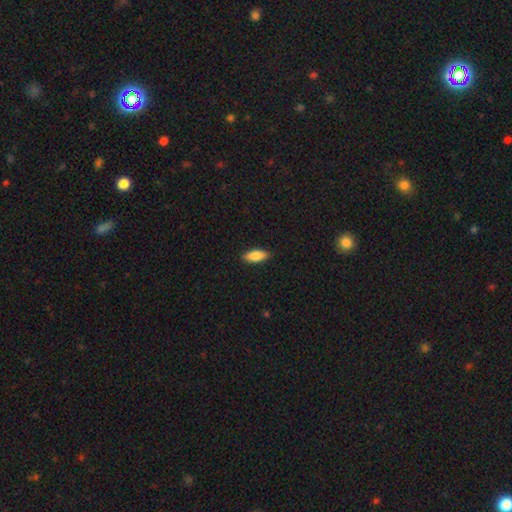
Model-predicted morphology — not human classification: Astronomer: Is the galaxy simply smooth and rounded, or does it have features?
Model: smooth — 83%.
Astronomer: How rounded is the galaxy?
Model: in between — 74%.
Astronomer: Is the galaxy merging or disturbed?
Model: none — 89%.